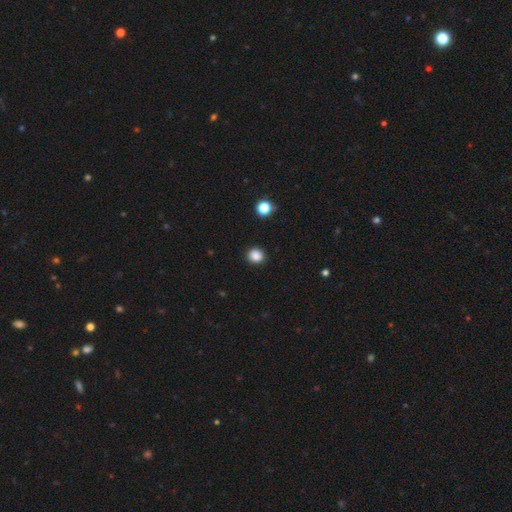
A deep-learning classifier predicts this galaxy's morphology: This appears to be a smooth galaxy with no disk features (86%) that is round (79%). Merging: none (90%).